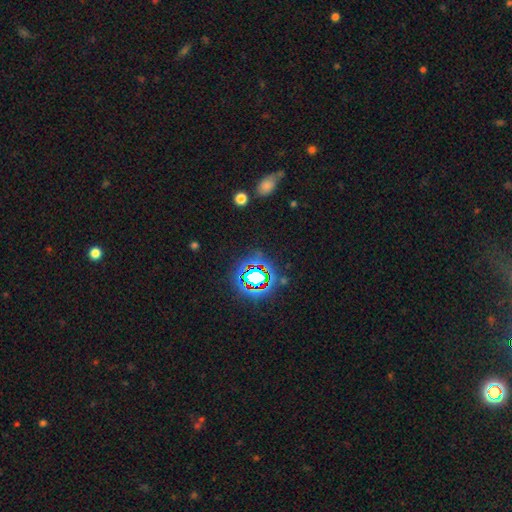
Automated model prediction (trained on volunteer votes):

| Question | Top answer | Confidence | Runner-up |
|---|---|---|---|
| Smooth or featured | star or artifact | 73% | smooth (16%) |